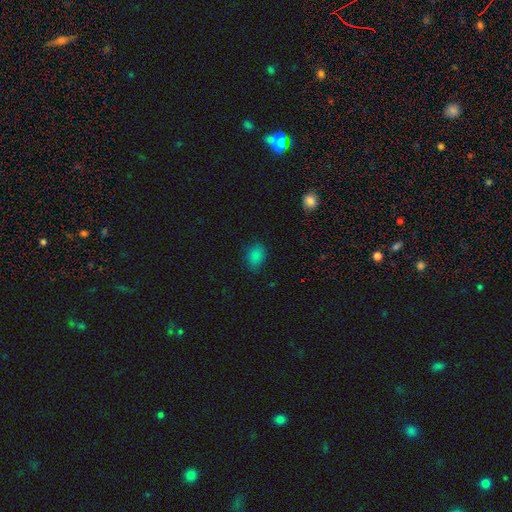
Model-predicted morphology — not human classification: Smooth or featured: smooth — 82% (star or artifact — 13%)
How rounded: in between — 71% (round — 27%)
Merging: none — 79% (minor disturbance — 17%)